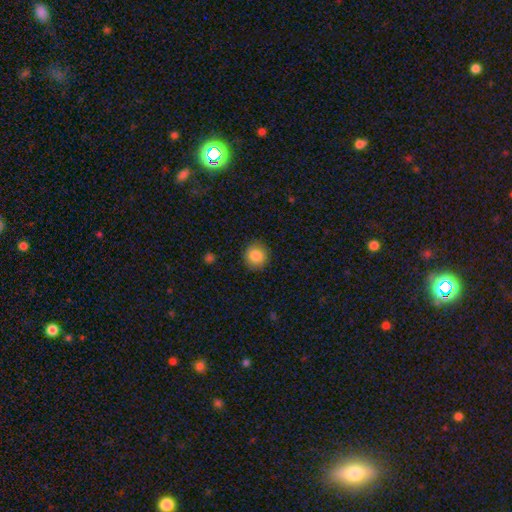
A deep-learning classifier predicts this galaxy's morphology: Smooth or featured? smooth (86%)
How rounded? round (91%)
Merging? none (88%)